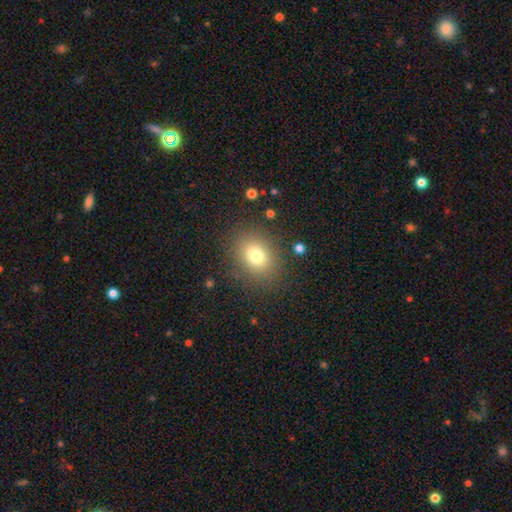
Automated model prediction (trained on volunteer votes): Q: Smooth or featured?
A: smooth (76%); runner-up: star or artifact (13%)
Q: How rounded?
A: round (54%); runner-up: in between (45%)
Q: Merging?
A: none (85%); runner-up: minor disturbance (9%)